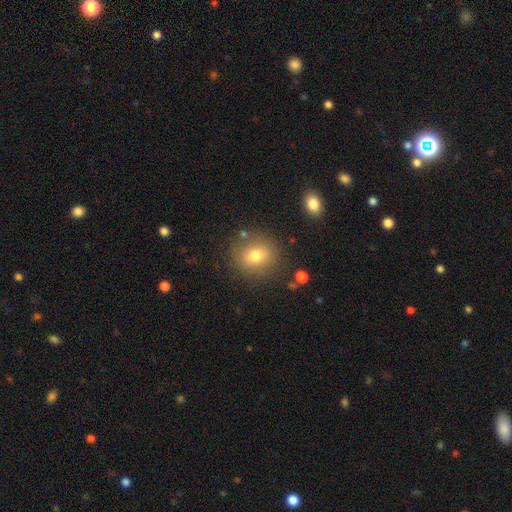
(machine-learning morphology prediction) Q: Smooth or featured?
A: smooth (75%); runner-up: featured or disk (14%)
Q: How rounded?
A: round (85%); runner-up: in between (14%)
Q: Merging?
A: none (83%); runner-up: minor disturbance (10%)